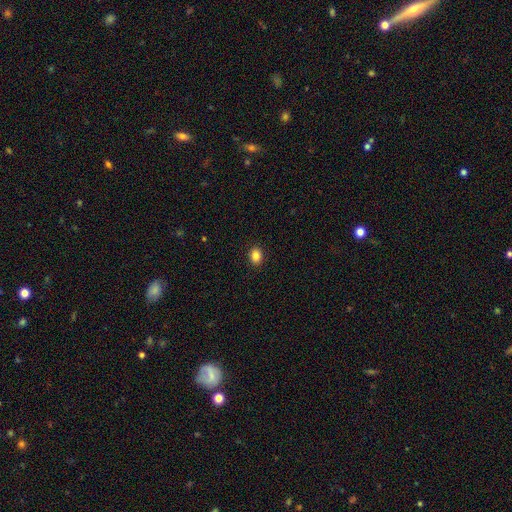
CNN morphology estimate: This appears to be a smooth galaxy with no disk features (86%) that is in between round and cigar-shaped (58%). Merging: none (91%).